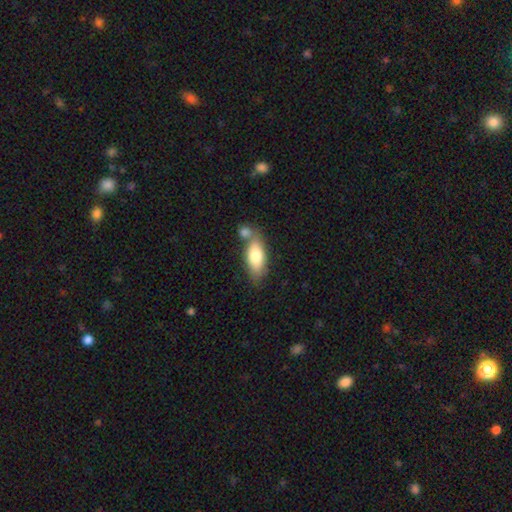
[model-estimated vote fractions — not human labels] Smooth or featured? smooth (75%)
How rounded? in between (82%)
Merging? none (48%)